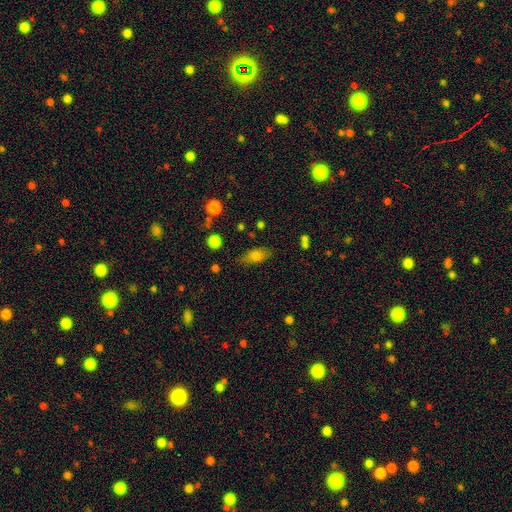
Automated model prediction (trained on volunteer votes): smooth_or_featured: smooth (p=0.74) [alt: featured or disk p=0.16]
how_rounded: in between (p=0.82) [alt: cigar-shaped p=0.12]
merging: none (p=0.75) [alt: minor disturbance p=0.18]